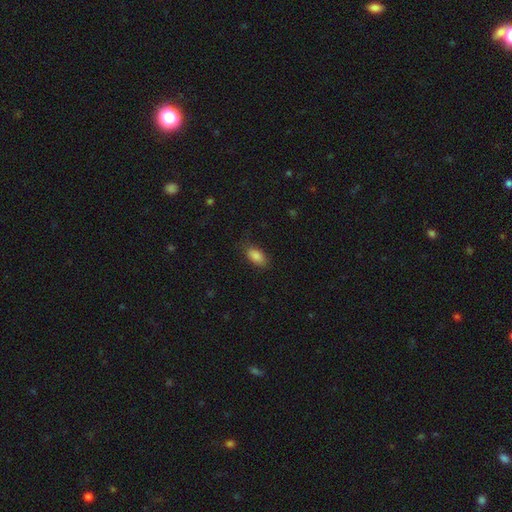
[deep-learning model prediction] Overall: smooth (87%). How rounded: in between (91%). Merging: none (78%).